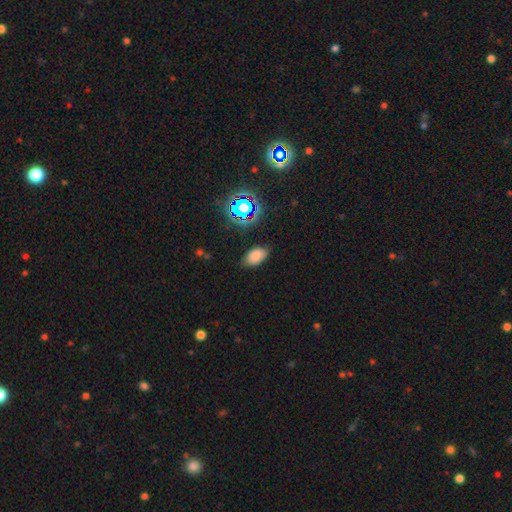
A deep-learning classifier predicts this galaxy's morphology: Overall: smooth (75%). How rounded: in between (92%). Merging: none (81%).